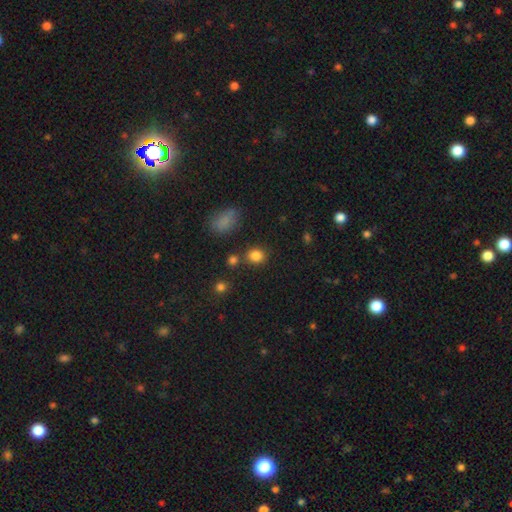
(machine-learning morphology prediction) A smooth galaxy with no disk features (83%) that is round (68%).

Vote fractions:
- Smooth or featured? smooth: 83% / star or artifact: 13% / featured or disk: 5%
- How rounded? round: 68% / in between: 31% / cigar-shaped: 1%
- Merging? none: 77% / minor disturbance: 10% / merger: 9% / major disturbance: 4%